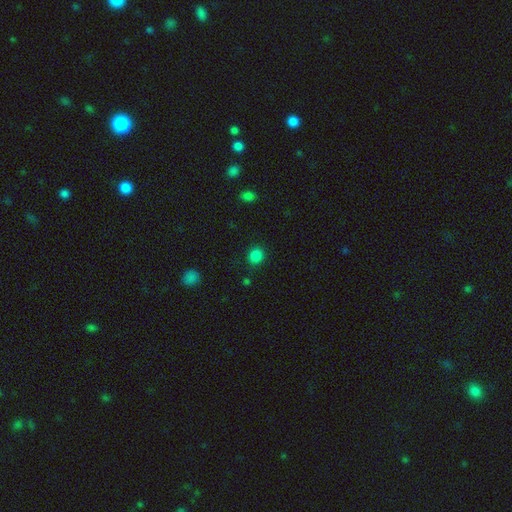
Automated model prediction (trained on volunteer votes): Overall: smooth (84%). How rounded: round (82%). Merging: none (87%).